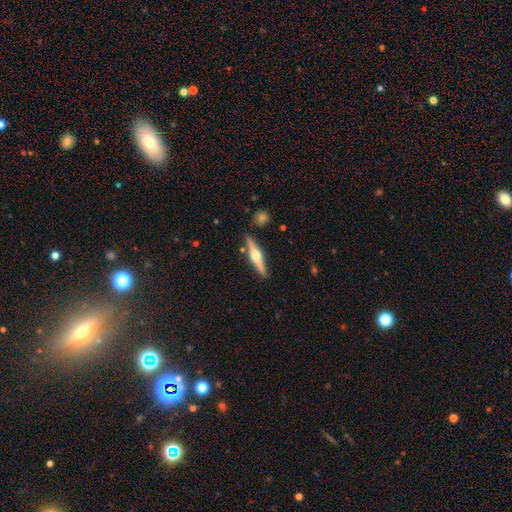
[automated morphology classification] Smooth or featured?
  - featured or disk: 69% *
  - smooth: 25%
  - star or artifact: 5%
Edge-on disk?
  - yes: 97% *
  - no: 3%
Edge-on bulge?
  - rounded: 94% *
  - boxy: 4%
  - none: 2%
Merging?
  - none: 87% *
  - minor disturbance: 8%
  - merger: 3%
  - major disturbance: 2%